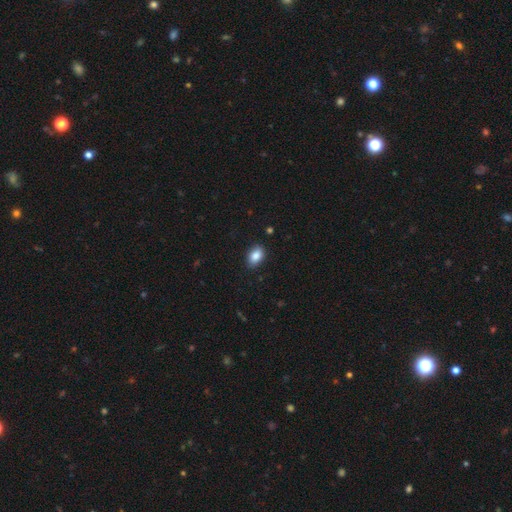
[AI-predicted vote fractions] A smooth galaxy with no disk features (87%) that is in between round and cigar-shaped (86%).

Vote fractions:
- Smooth or featured? smooth: 87% / star or artifact: 8% / featured or disk: 5%
- How rounded? in between: 86% / round: 12% / cigar-shaped: 2%
- Merging? none: 85% / minor disturbance: 11% / major disturbance: 2% / merger: 1%